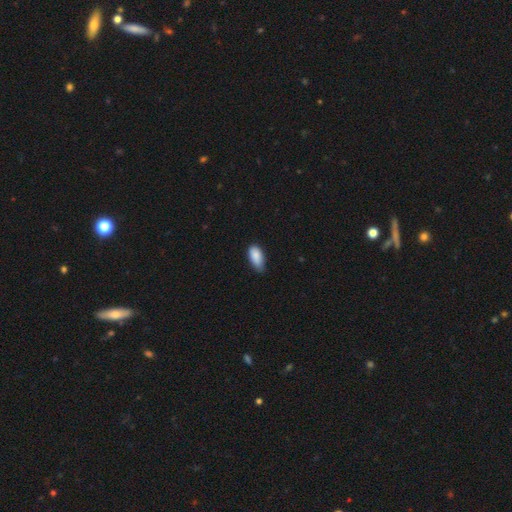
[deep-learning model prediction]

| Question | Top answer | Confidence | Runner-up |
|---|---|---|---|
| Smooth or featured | smooth | 88% | star or artifact (7%) |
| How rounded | in between | 91% | cigar-shaped (6%) |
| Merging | none | 59% | minor disturbance (36%) |